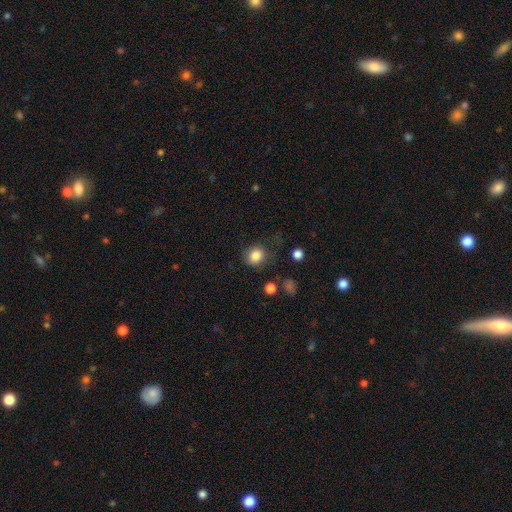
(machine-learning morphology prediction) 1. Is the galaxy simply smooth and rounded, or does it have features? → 84% smooth, 10% star or artifact, 5% featured or disk.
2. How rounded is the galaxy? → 79% round, 20% in between, 1% cigar-shaped.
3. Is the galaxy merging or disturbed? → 74% none, 16% minor disturbance, 7% major disturbance, 3% merger.